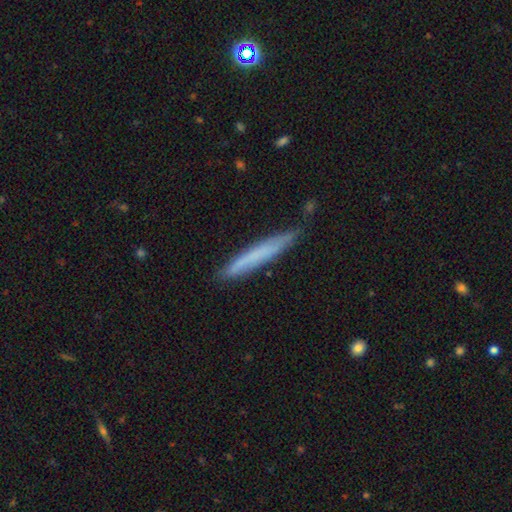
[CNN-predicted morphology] Overall: smooth (62%; featured or disk 31%). How rounded: cigar-shaped (96%). Merging: none (79%).